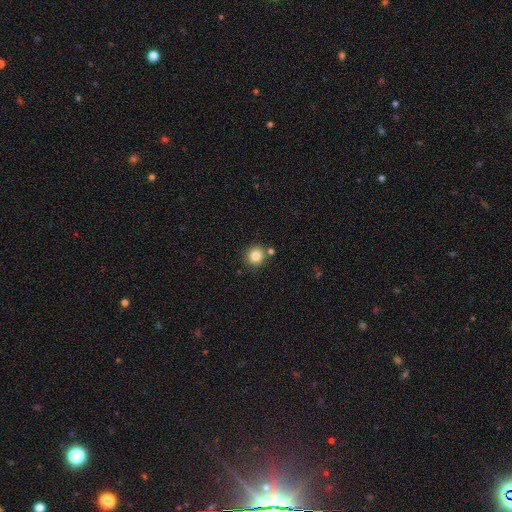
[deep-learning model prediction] A smooth galaxy with no disk features (83%) that is round (92%). Merging: none (79%).